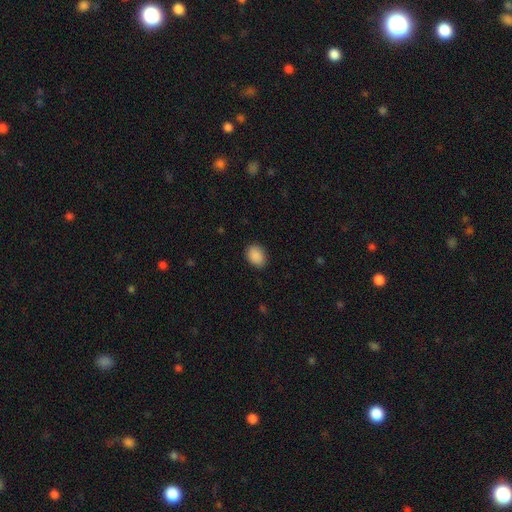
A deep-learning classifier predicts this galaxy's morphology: A smooth galaxy with no disk features (90%) that is in between round and cigar-shaped (71%). Merging: none (85%).